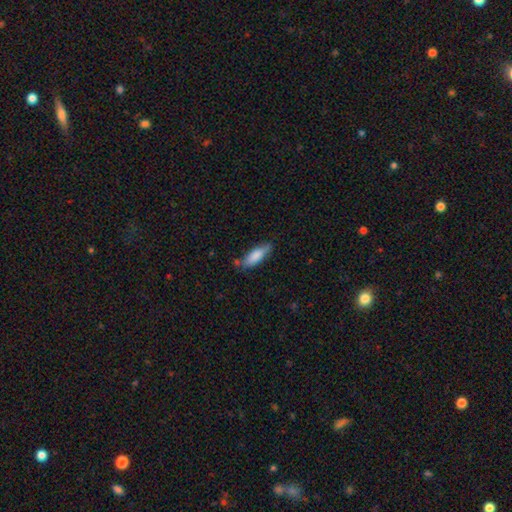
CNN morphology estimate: Smooth or featured: smooth — 82% (featured or disk — 13%)
How rounded: in between — 57% (cigar-shaped — 41%)
Merging: none — 69% (minor disturbance — 22%)